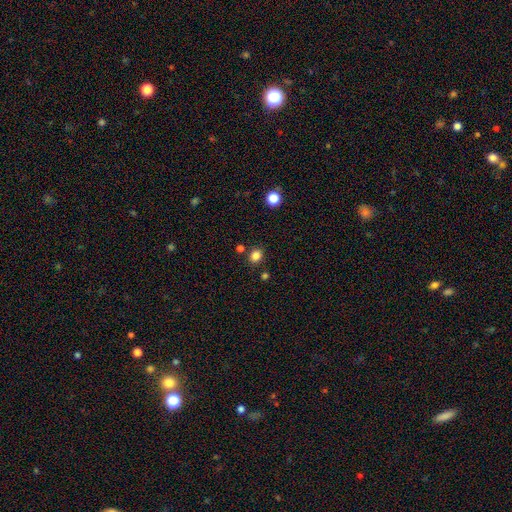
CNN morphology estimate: A smooth galaxy with no disk features (83%) that is round (68%).

Vote fractions:
- Smooth or featured? smooth: 83% / star or artifact: 13% / featured or disk: 4%
- How rounded? round: 68% / in between: 31% / cigar-shaped: 1%
- Merging? none: 82% / minor disturbance: 9% / merger: 6% / major disturbance: 3%